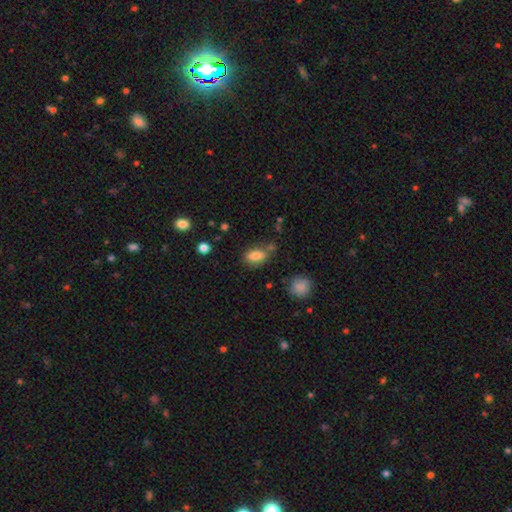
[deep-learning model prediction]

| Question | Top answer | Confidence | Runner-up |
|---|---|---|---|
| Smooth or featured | smooth | 81% | star or artifact (10%) |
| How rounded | in between | 83% | round (12%) |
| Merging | none | 64% | minor disturbance (20%) |